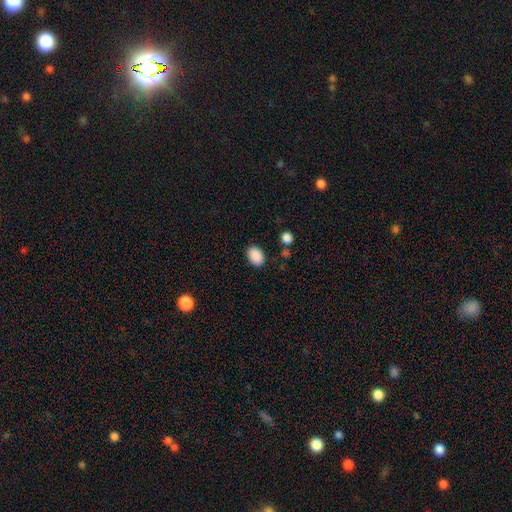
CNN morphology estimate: Overall: smooth (89%). How rounded: in between (80%). Merging: none (86%).